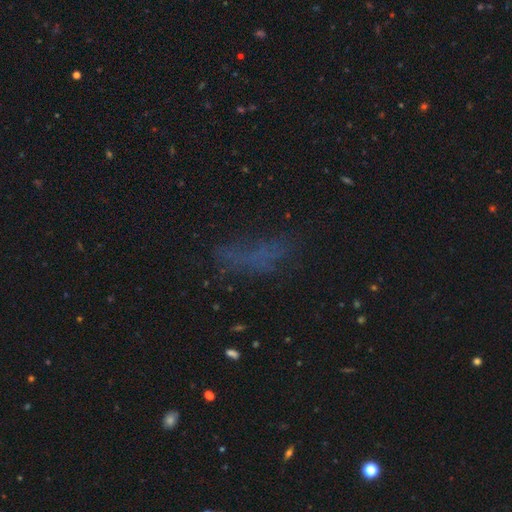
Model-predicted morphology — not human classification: smooth_or_featured: smooth (p=0.46) [alt: star or artifact p=0.32]
merging: none (p=0.50) [alt: major disturbance p=0.25]